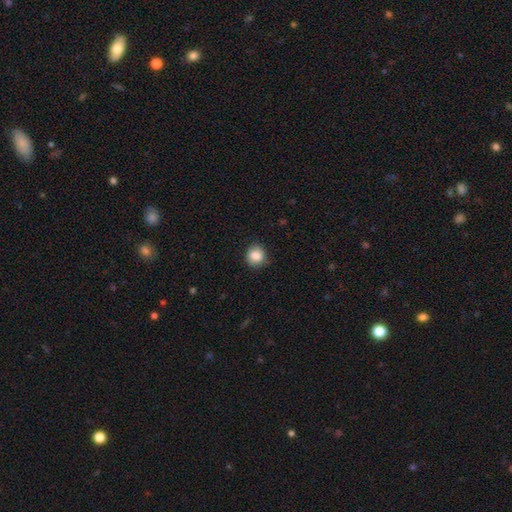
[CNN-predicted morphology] A smooth galaxy with no disk features (86%) that is round (83%).

Vote fractions:
- Smooth or featured? smooth: 86% / star or artifact: 9% / featured or disk: 5%
- How rounded? round: 83% / in between: 16% / cigar-shaped: 1%
- Merging? none: 84% / minor disturbance: 12% / major disturbance: 3% / merger: 1%